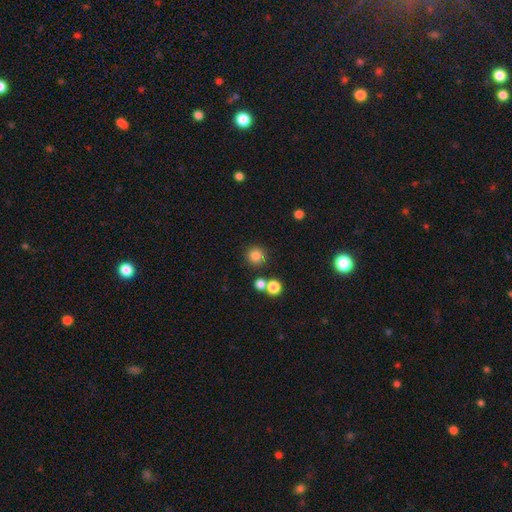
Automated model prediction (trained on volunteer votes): A smooth galaxy with no disk features (82%) that is round (94%). Merging: none (82%).